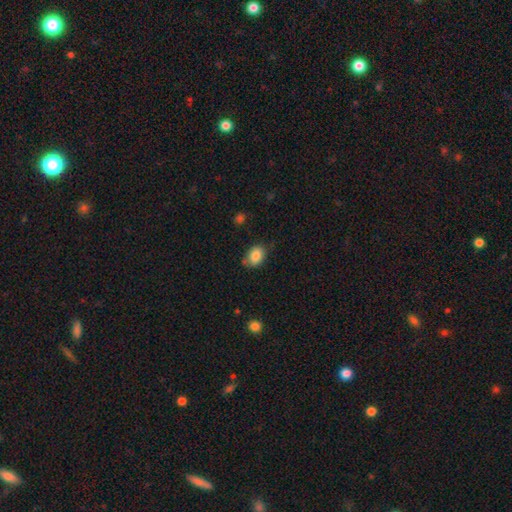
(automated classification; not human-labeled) Smooth or featured: smooth — 85% (star or artifact — 8%)
How rounded: in between — 77% (round — 22%)
Merging: none — 72% (minor disturbance — 21%)